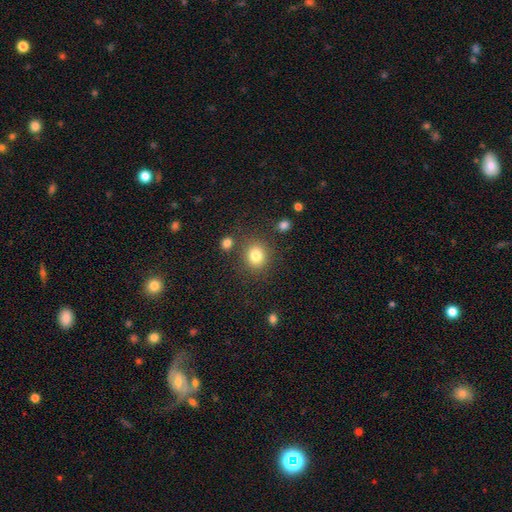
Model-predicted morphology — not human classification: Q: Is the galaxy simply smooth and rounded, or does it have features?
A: smooth — 81%.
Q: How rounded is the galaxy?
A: round — 82%.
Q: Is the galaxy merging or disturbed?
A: none — 81%.